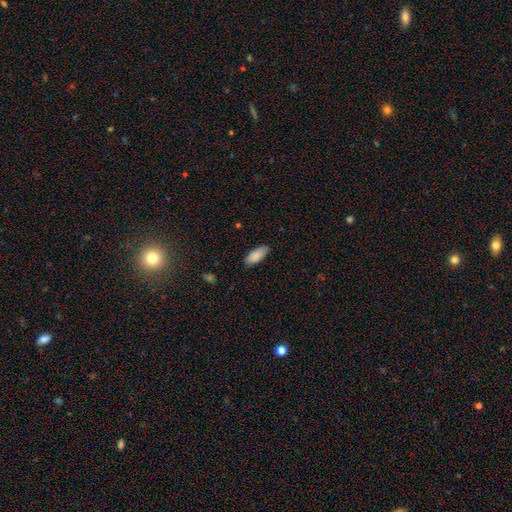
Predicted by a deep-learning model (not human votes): The model was most divided on "how rounded": in between: 84%, cigar-shaped: 15%, round: 2%. More confident: smooth or featured — smooth (88%); merging — none (85%).